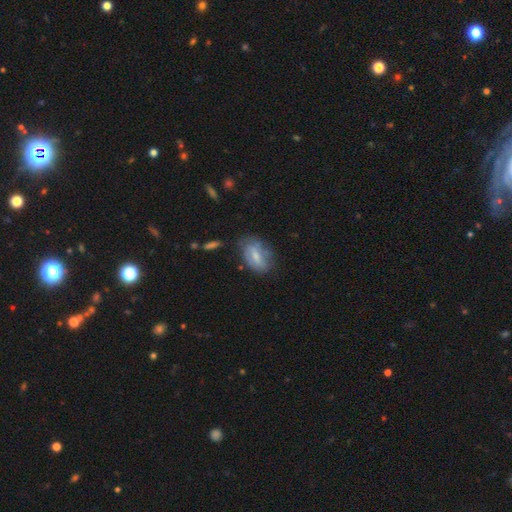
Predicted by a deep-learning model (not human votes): A smooth galaxy with no disk features (59%) that is in between round and cigar-shaped (87%).

Vote fractions:
- Smooth or featured? smooth: 59% / featured or disk: 34% / star or artifact: 7%
- How rounded? in between: 87% / round: 10% / cigar-shaped: 4%
- Merging? none: 60% / minor disturbance: 27% / major disturbance: 9% / merger: 4%